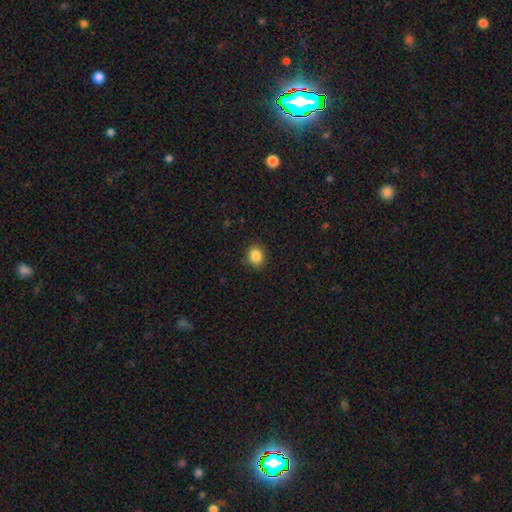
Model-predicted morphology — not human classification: Q: Smooth or featured?
A: smooth (86%); runner-up: star or artifact (10%)
Q: How rounded?
A: round (63%); runner-up: in between (37%)
Q: Merging?
A: none (85%); runner-up: minor disturbance (11%)